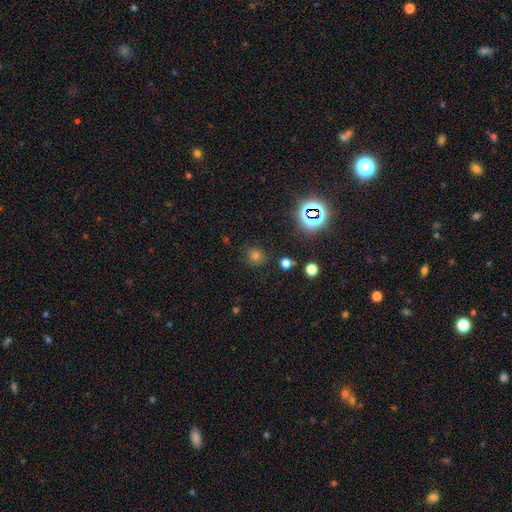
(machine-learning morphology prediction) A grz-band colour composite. It shows a smooth galaxy with no disk features (60%) that is round (87%). Merging: none (85%).